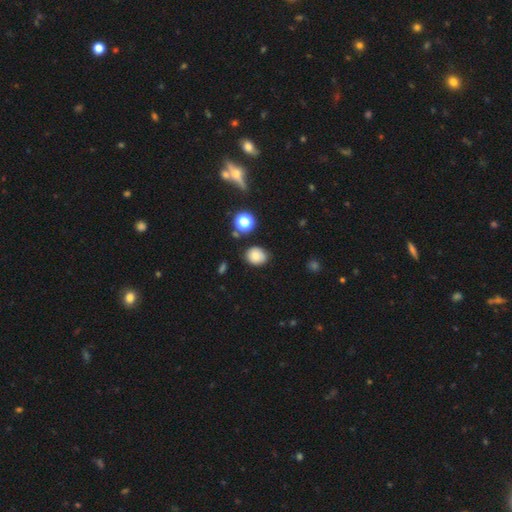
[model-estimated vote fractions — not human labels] Overall: smooth (80%). How rounded: round (59%; in between 40%). Merging: none (80%).